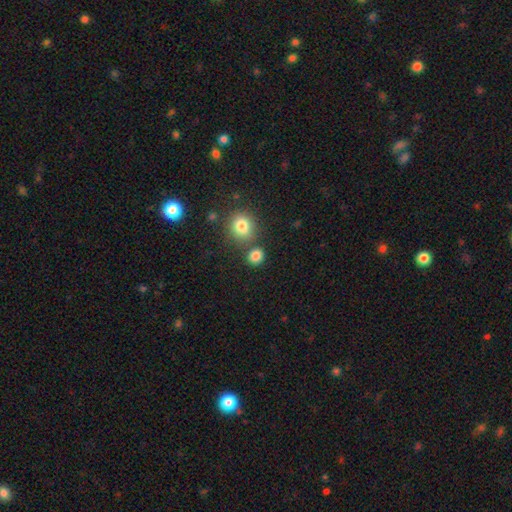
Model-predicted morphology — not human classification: This is clearly a smooth galaxy (83%). How rounded: clearly round (80%). Merging: likely none (76%).